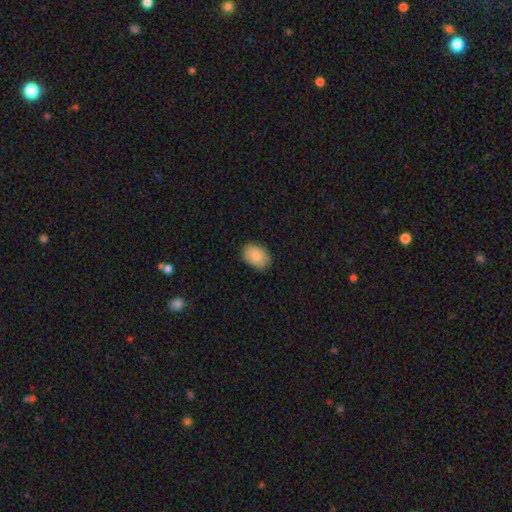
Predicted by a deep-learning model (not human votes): Smooth or featured?
  - smooth: 86% *
  - featured or disk: 7%
  - star or artifact: 7%
How rounded?
  - in between: 79% *
  - round: 20%
  - cigar-shaped: 1%
Merging?
  - none: 79% *
  - minor disturbance: 17%
  - major disturbance: 3%
  - merger: 1%